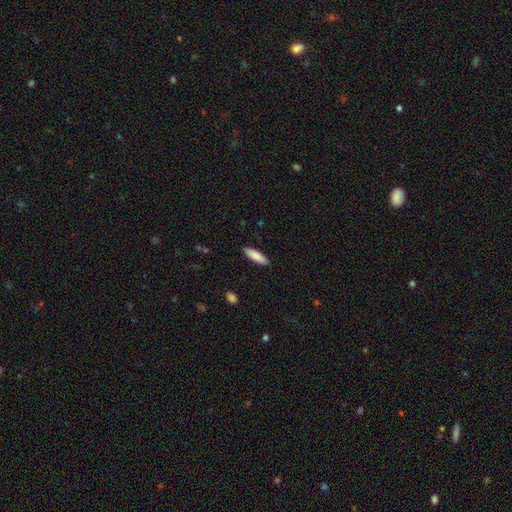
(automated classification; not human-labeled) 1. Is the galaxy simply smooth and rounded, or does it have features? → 86% smooth, 8% featured or disk, 6% star or artifact.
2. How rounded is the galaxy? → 56% cigar-shaped, 42% in between, 1% round.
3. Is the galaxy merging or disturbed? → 89% none, 8% minor disturbance, 2% major disturbance, 1% merger.